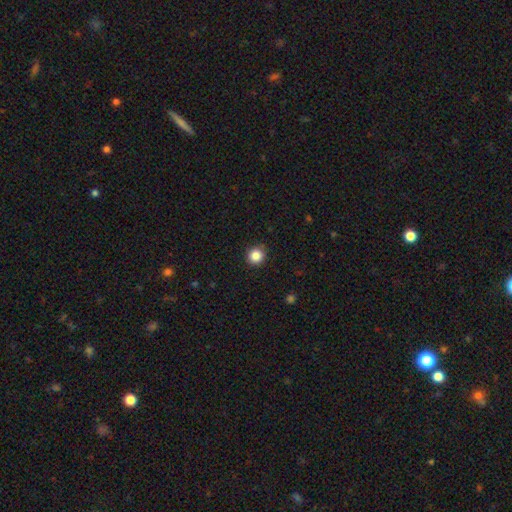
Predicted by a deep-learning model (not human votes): smooth_or_featured: smooth (p=0.85) [alt: star or artifact p=0.11]
how_rounded: round (p=0.94) [alt: in between p=0.06]
merging: none (p=0.91) [alt: minor disturbance p=0.06]